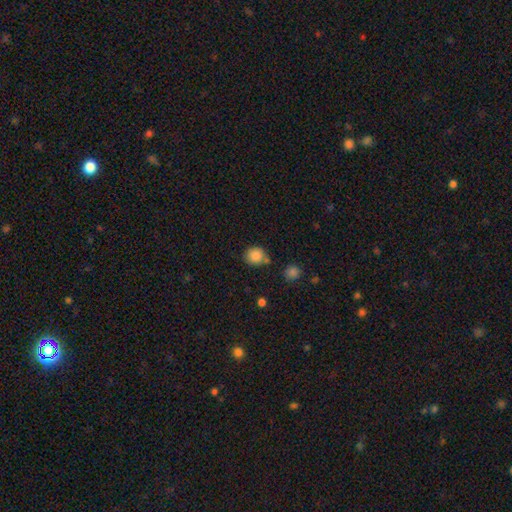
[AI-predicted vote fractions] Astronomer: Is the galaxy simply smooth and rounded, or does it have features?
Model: smooth — 86%.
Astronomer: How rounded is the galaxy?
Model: round — 80%.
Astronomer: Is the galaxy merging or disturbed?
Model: none — 67%.